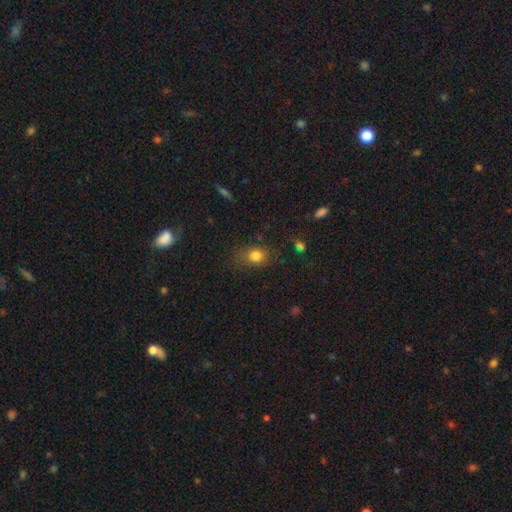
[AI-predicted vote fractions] smooth_or_featured: smooth (p=0.79) [alt: star or artifact p=0.13]
how_rounded: round (p=0.49) [tied with: in between p=0.49]
merging: none (p=0.67) [alt: minor disturbance p=0.21]